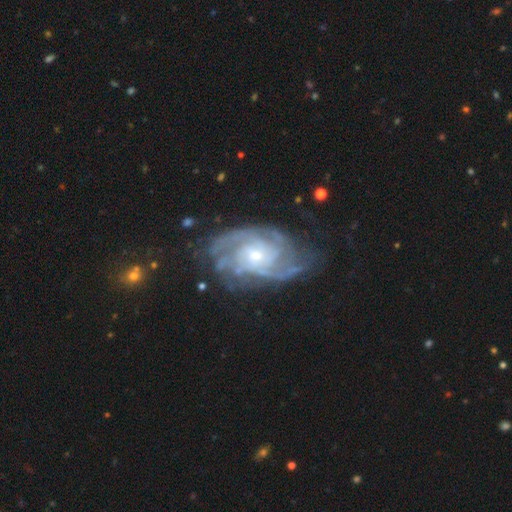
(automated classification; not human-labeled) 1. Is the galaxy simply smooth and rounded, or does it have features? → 89% featured or disk, 5% star or artifact, 5% smooth.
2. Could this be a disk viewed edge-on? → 97% no, 3% yes.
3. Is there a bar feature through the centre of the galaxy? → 66% no, 28% weak, 6% strong.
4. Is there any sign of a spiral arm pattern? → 97% yes, 3% no.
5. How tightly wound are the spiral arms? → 59% tight, 34% medium, 7% loose.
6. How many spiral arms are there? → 27% can't tell, 21% 3, 19% 4, 17% 2, 8% more than 4, 7% 1.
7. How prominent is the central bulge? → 54% small, 40% moderate, 3% large, 2% none, 1% dominant.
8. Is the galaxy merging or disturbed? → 68% none, 20% minor disturbance, 10% major disturbance, 2% merger.